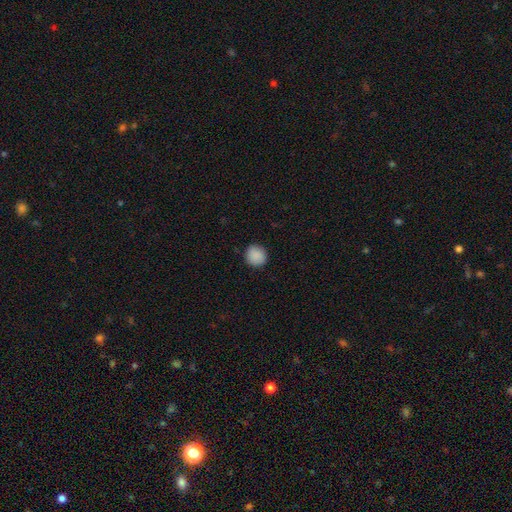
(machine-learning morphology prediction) A smooth galaxy with no disk features (89%) that is round (93%). Merging: none (91%).